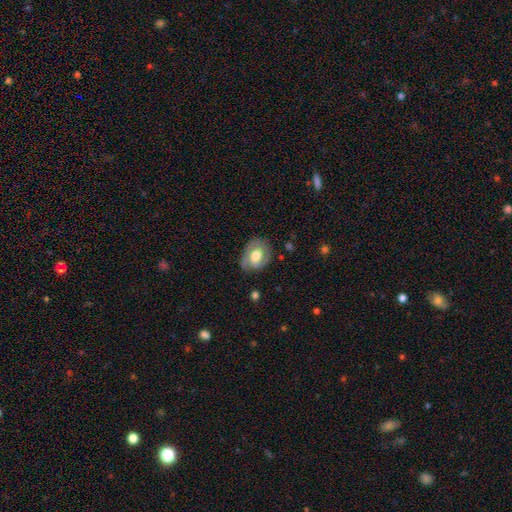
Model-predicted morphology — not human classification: smooth-or-featured: featured or disk: 53% | smooth: 40% | star or artifact: 7%
  disk-edge-on: no: 95% | yes: 5%
    bar: no: 56% | weak: 34% | strong: 10%
    has-spiral-arms: yes: 71% | no: 29%
    bulge-size: moderate: 59% | large: 30% | small: 7% | dominant: 2% | none: 1%
  merging: none: 71% | minor disturbance: 21% | major disturbance: 6% | merger: 1%